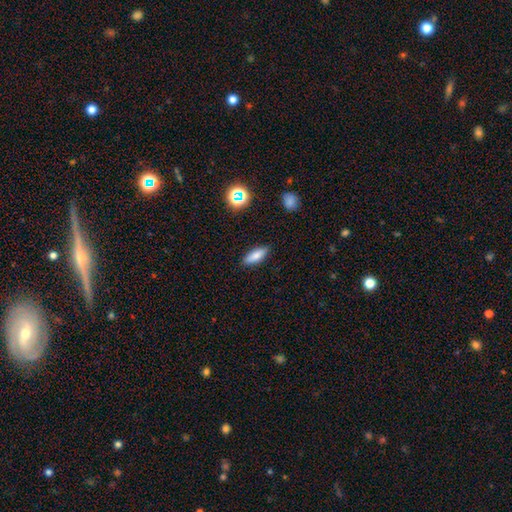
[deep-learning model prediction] A smooth galaxy with no disk features (76%) that is in between round and cigar-shaped (61%).

Vote fractions:
- Smooth or featured? smooth: 76% / featured or disk: 15% / star or artifact: 9%
- How rounded? in between: 61% / cigar-shaped: 36% / round: 3%
- Merging? none: 88% / minor disturbance: 9% / major disturbance: 2% / merger: 1%